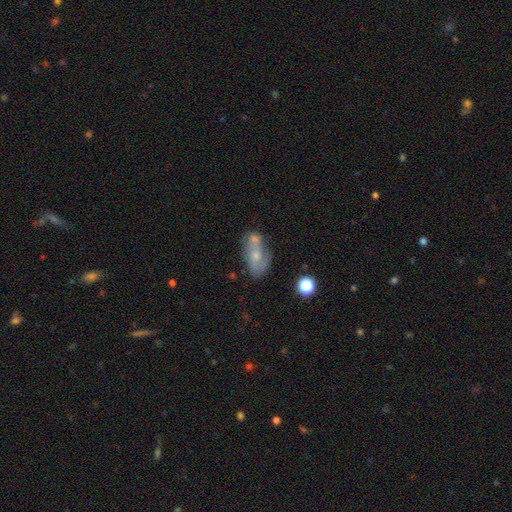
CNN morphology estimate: Smooth or featured?
  - smooth: 46% *
  - featured or disk: 43%
  - star or artifact: 11%
Merging?
  - none: 38% *
  - merger: 31%
  - minor disturbance: 20%
  - major disturbance: 11%